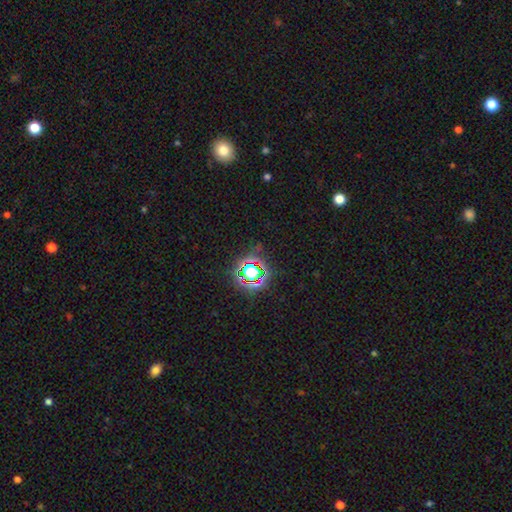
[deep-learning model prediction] Smooth or featured? Predicted: star or artifact (p=0.78).